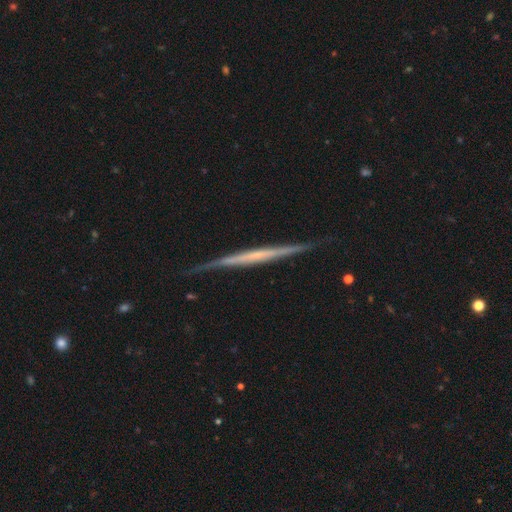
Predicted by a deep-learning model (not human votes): Smooth or featured?
  - featured or disk: 73% *
  - smooth: 22%
  - star or artifact: 6%
Edge-on disk?
  - yes: 97% *
  - no: 3%
Edge-on bulge?
  - none: 76% *
  - rounded: 16%
  - boxy: 8%
Merging?
  - none: 85% *
  - minor disturbance: 12%
  - major disturbance: 2%
  - merger: 1%